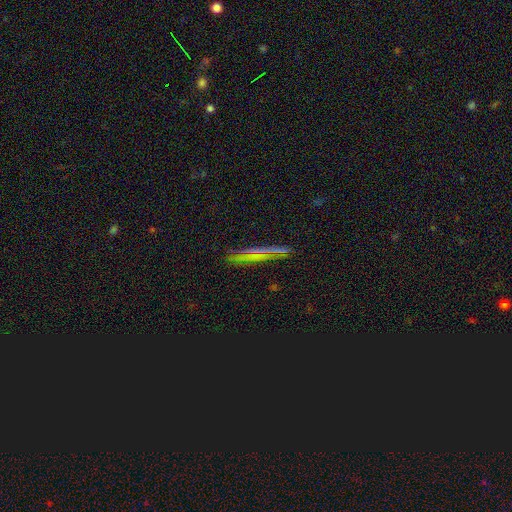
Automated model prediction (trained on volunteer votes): Smooth or featured? Predicted: smooth (p=0.41). Merging? Predicted: none (p=0.85).